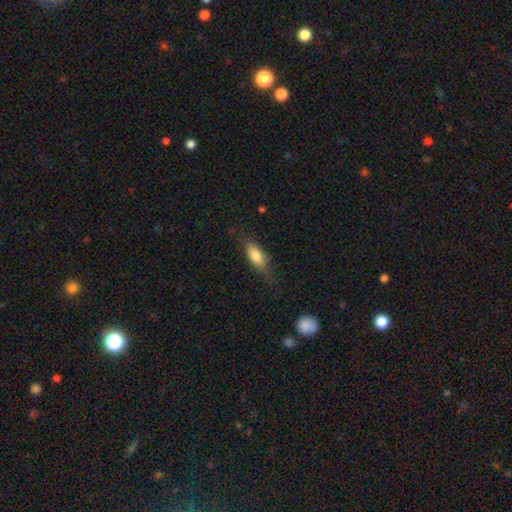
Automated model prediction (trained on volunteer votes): smooth 75%, featured or disk 18%, star or artifact 7%. Down the decision tree: how rounded — in between (78%); merging — none (64%).